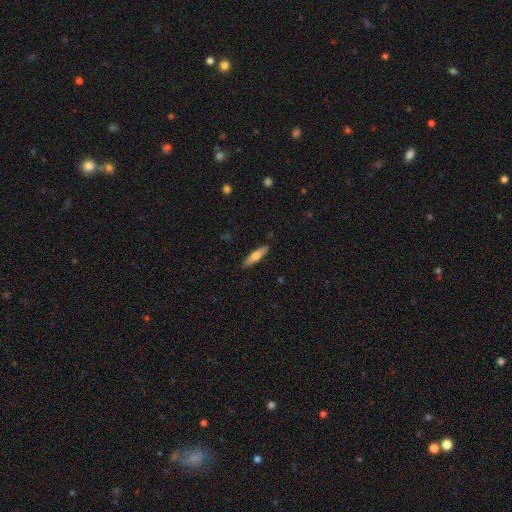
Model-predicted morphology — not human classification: type=smooth (62%); roundness=cigar-shaped (80%); merging=none (88%).